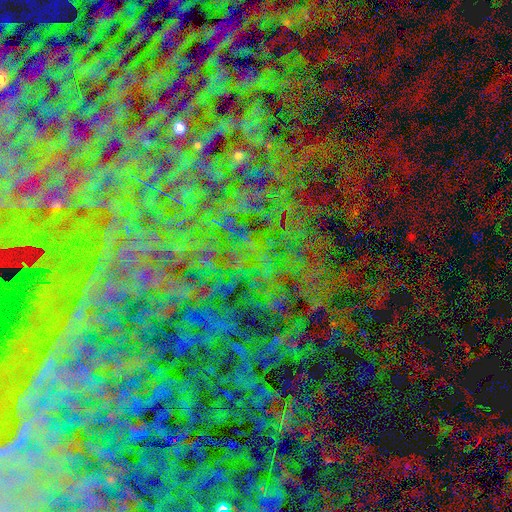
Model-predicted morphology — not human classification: The model was most divided on "smooth or featured": star or artifact: 83%, featured or disk: 9%, smooth: 8%.